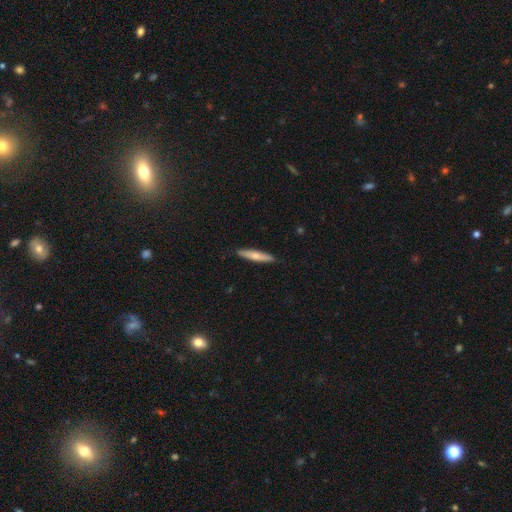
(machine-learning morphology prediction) Smooth or featured? smooth (61%)
How rounded? cigar-shaped (86%)
Merging? none (90%)